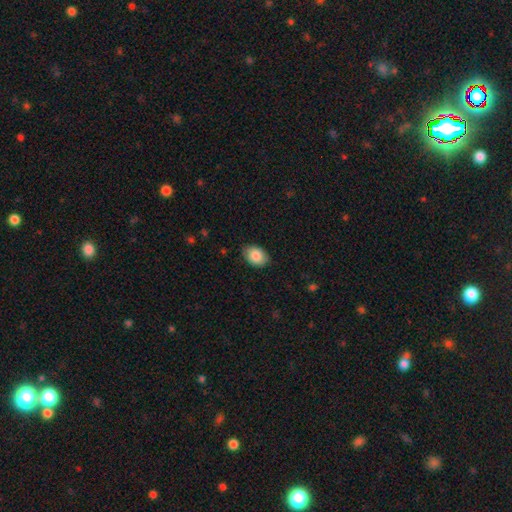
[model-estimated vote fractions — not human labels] Overall: smooth (87%). How rounded: in between (80%). Merging: none (85%).